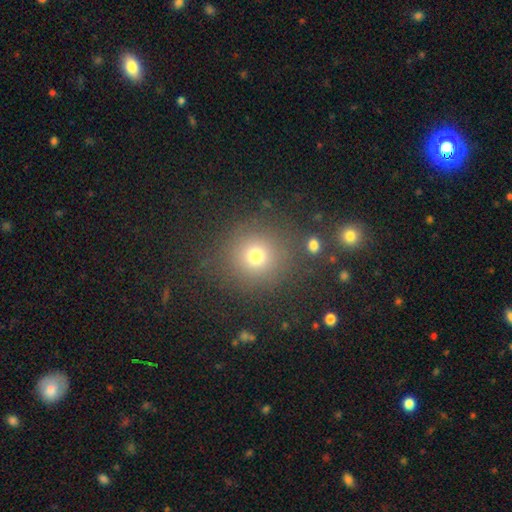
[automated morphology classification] This appears to be a smooth galaxy with no disk features (72%) that is round (91%). Merging: none (83%).